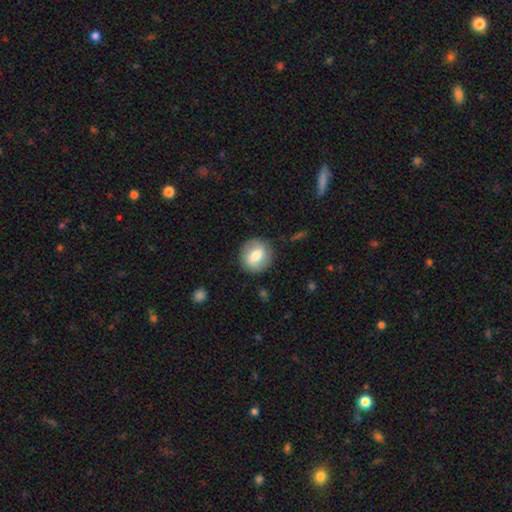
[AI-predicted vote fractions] A smooth galaxy with no disk features (66%) that is round (88%).

Vote fractions:
- Smooth or featured? smooth: 66% / featured or disk: 26% / star or artifact: 7%
- How rounded? round: 88% / in between: 11% / cigar-shaped: 1%
- Merging? none: 87% / minor disturbance: 9% / major disturbance: 3% / merger: 1%